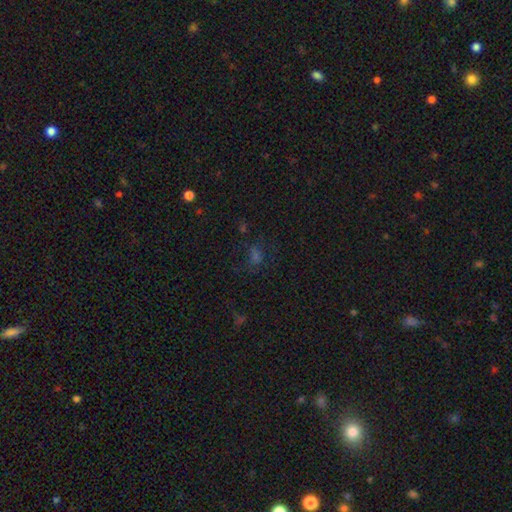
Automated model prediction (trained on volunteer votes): The model was most divided on "smooth or featured" (2-way tie): star or artifact: 42%, smooth: 42%, featured or disk: 16%.